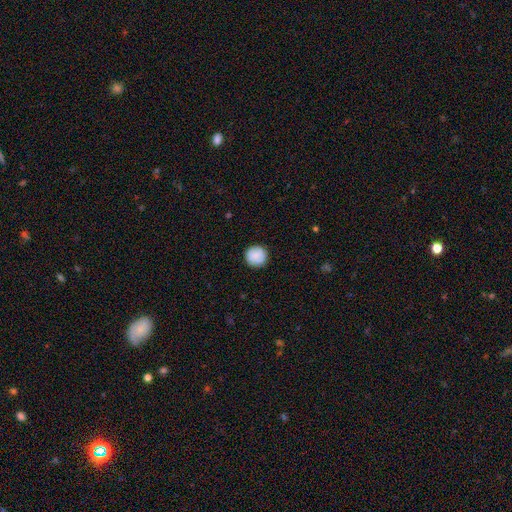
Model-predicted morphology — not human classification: smooth-or-featured: smooth: 86% | star or artifact: 7% | featured or disk: 7%
  how-rounded: round: 94% | in between: 5% | cigar-shaped: 1%
  merging: none: 89% | minor disturbance: 8% | major disturbance: 2% | merger: 1%